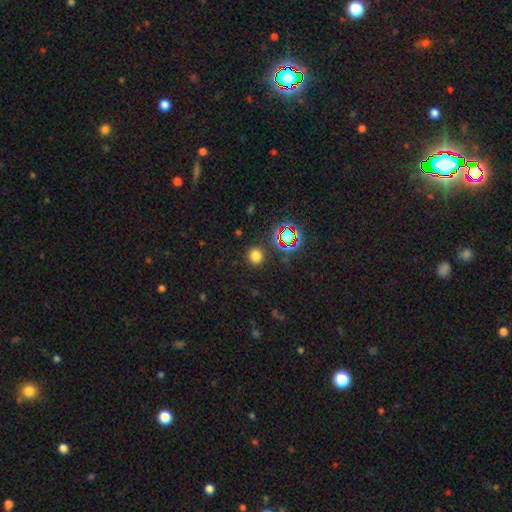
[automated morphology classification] type=smooth (71%); roundness=round (89%); merging=none (88%).